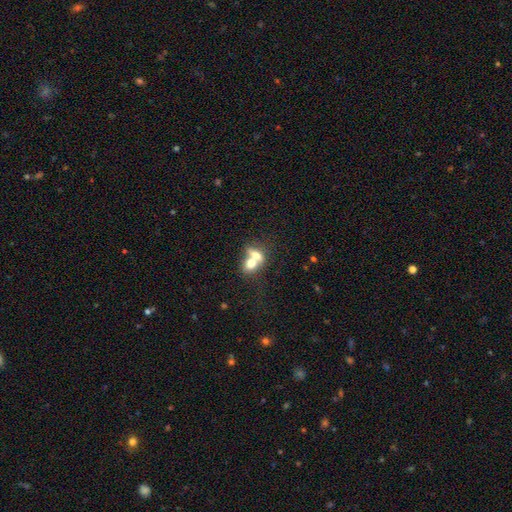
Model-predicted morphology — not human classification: A smooth galaxy with no disk features (67%) that is in between round and cigar-shaped (63%).

Vote fractions:
- Smooth or featured? smooth: 67% / featured or disk: 24% / star or artifact: 9%
- How rounded? in between: 63% / round: 32% / cigar-shaped: 4%
- Merging? merger: 73% / none: 17% / minor disturbance: 6% / major disturbance: 4%